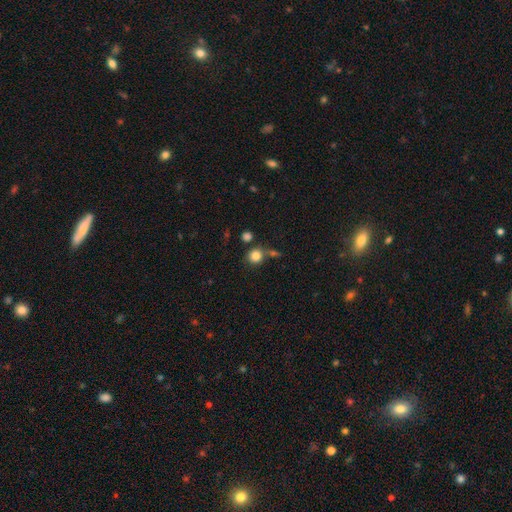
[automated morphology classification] This is clearly a smooth galaxy (84%). How rounded: clearly round (88%). Merging: likely none (66%).